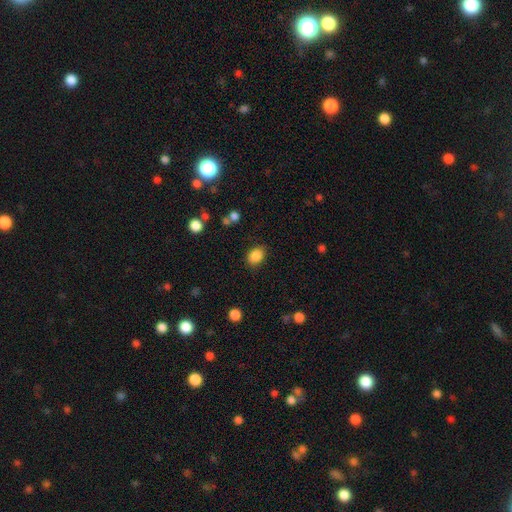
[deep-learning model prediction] smooth_or_featured: smooth (p=0.86) [alt: star or artifact p=0.10]
how_rounded: in between (p=0.62) [alt: round p=0.37]
merging: none (p=0.84) [alt: minor disturbance p=0.11]